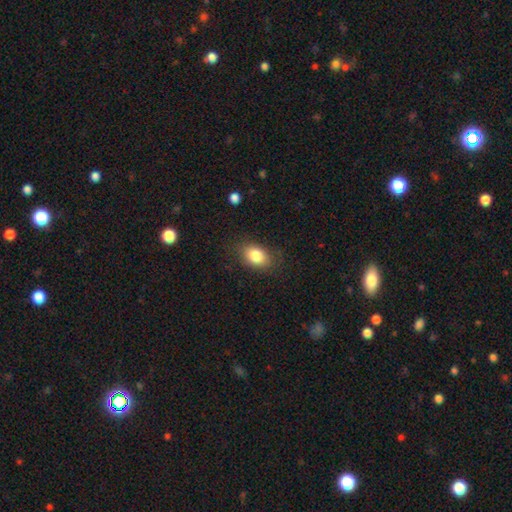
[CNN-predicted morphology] type=smooth (82%); roundness=in between (81%); merging=none (80%).